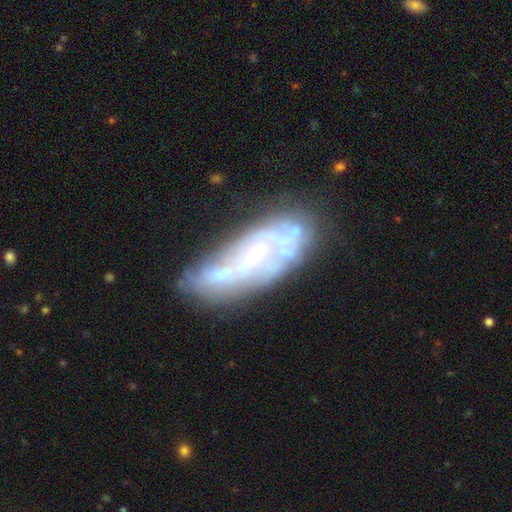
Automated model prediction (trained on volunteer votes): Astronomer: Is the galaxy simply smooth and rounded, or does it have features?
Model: featured or disk — 71%.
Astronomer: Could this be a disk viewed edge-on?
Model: no — 88%.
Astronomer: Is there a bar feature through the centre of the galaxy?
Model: no — 59%.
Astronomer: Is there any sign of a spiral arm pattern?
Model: no — 54% (runner-up: yes, 46%).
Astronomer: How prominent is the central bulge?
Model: small — 49% (runner-up: moderate, 29%).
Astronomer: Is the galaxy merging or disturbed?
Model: none — 53%.